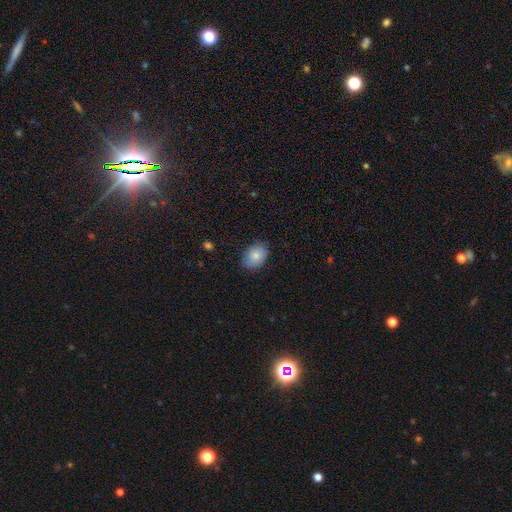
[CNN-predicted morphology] Smooth or featured? smooth (84%)
How rounded? in between (78%)
Merging? none (82%)